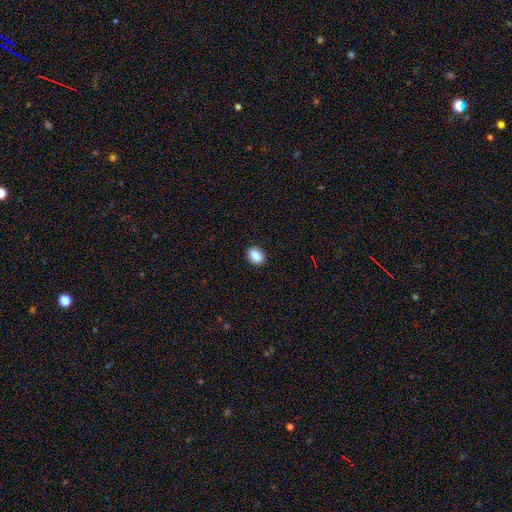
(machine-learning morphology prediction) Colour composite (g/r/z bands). It shows a smooth galaxy with no disk features (88%) that is in between round and cigar-shaped (68%). Merging: none (91%).